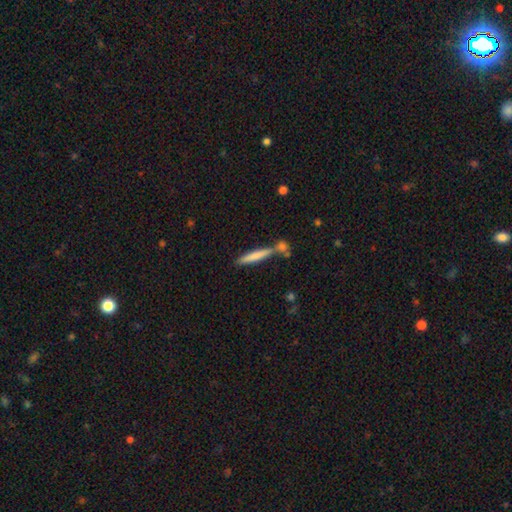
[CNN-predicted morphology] Smooth or featured? smooth (71%)
How rounded? cigar-shaped (93%)
Merging? none (68%)